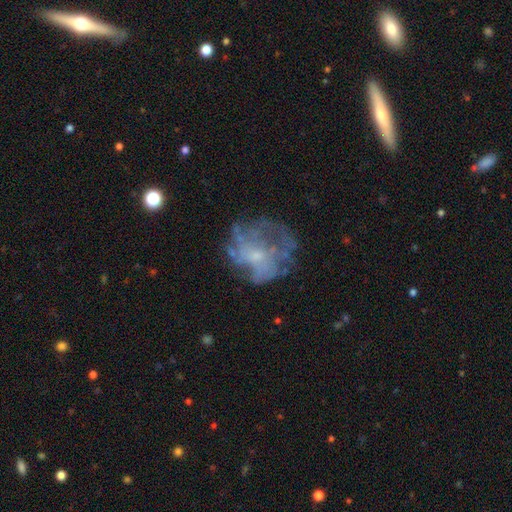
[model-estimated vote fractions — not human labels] smooth-or-featured: featured or disk: 59% | smooth: 26% | star or artifact: 15%
  disk-edge-on: no: 97% | yes: 3%
    bar: no: 80% | weak: 17% | strong: 3%
    has-spiral-arms: no: 55% | yes: 45%
    bulge-size: small: 56% | moderate: 26% | none: 15% | large: 2% | dominant: 1%
  merging: none: 60% | major disturbance: 20% | minor disturbance: 18% | merger: 2%